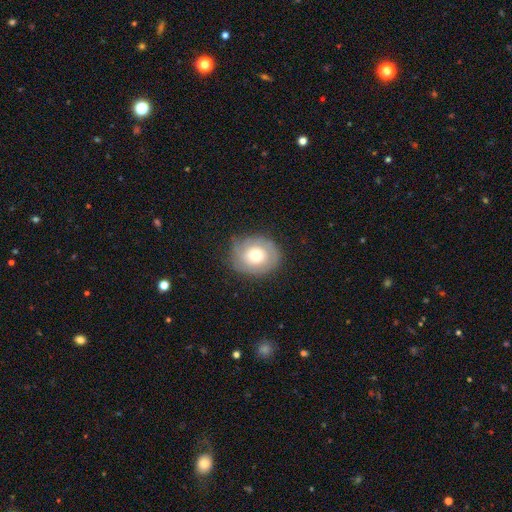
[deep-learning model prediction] Smooth or featured? Predicted: smooth (p=0.48). Merging? Predicted: none (p=0.74).